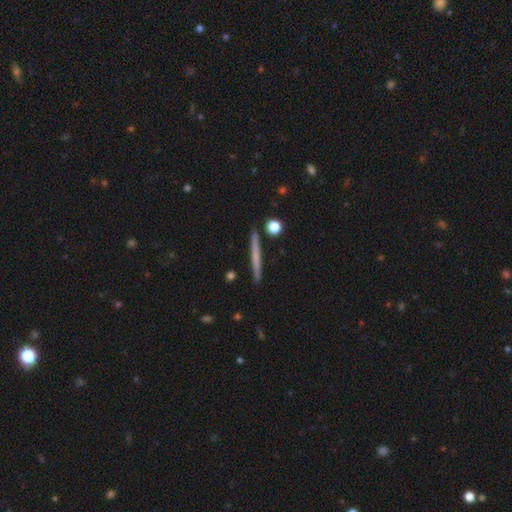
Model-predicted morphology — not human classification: smooth 48%, featured or disk 46%, star or artifact 6%. Down the decision tree: merging — none (92%).